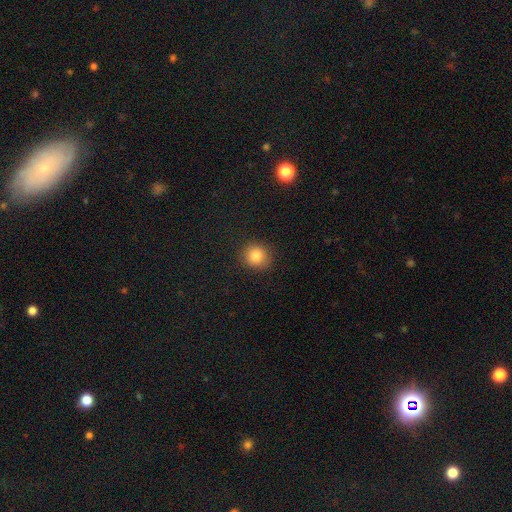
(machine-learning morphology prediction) Smooth or featured?
  - smooth: 84% *
  - star or artifact: 11%
  - featured or disk: 6%
How rounded?
  - round: 87% *
  - in between: 12%
  - cigar-shaped: 1%
Merging?
  - none: 88% *
  - minor disturbance: 8%
  - major disturbance: 2%
  - merger: 1%